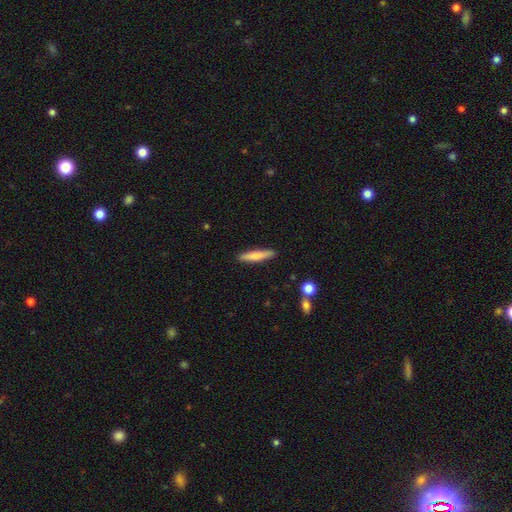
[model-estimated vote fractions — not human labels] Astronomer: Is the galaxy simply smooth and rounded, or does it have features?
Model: smooth — 73%.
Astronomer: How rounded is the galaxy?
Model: cigar-shaped — 90%.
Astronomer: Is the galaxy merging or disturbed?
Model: none — 89%.